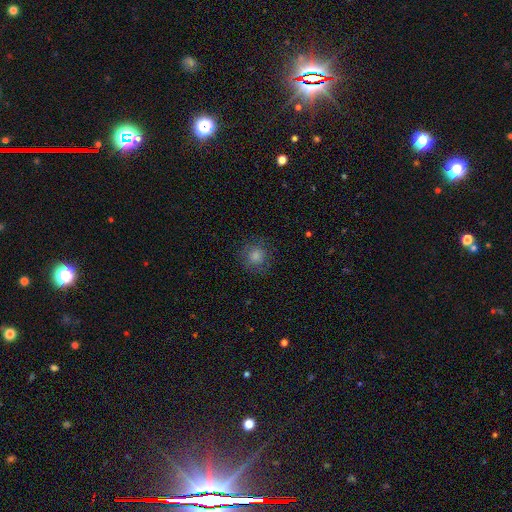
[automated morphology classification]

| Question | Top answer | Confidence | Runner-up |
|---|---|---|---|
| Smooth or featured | smooth | 63% | star or artifact (22%) |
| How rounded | round | 91% | in between (8%) |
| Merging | none | 83% | minor disturbance (11%) |